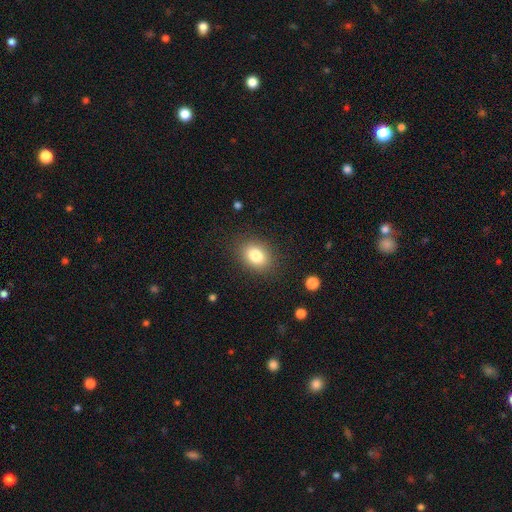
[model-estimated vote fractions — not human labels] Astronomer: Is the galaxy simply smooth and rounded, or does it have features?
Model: smooth — 82%.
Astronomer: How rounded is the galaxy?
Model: in between — 67%.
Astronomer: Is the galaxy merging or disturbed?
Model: none — 85%.